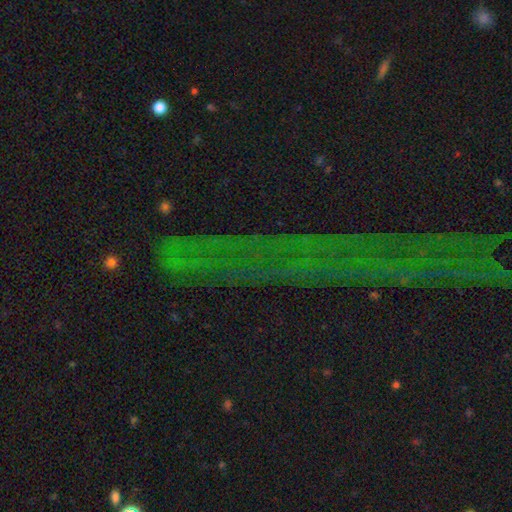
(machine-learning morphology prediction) Q: Smooth or featured?
A: star or artifact (73%); runner-up: featured or disk (15%)